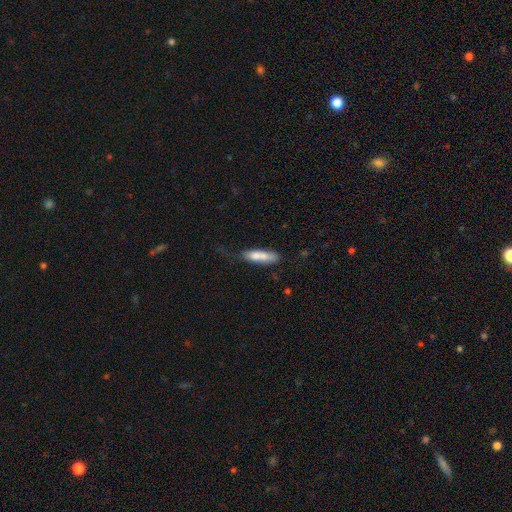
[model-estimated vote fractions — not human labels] A smooth galaxy with no disk features (74%) that is cigar-shaped (63%). Merging: none (48%).